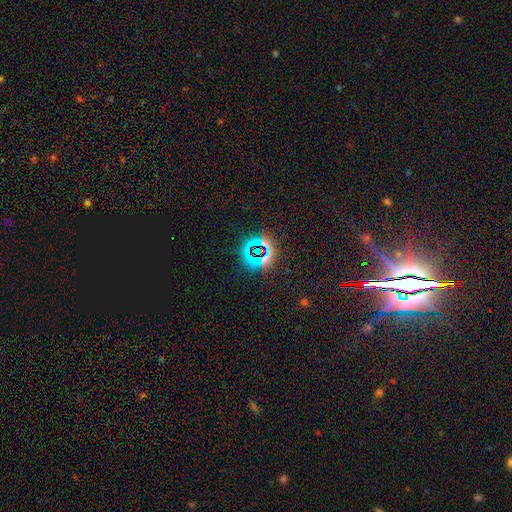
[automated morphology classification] Smooth or featured? star or artifact (77%)